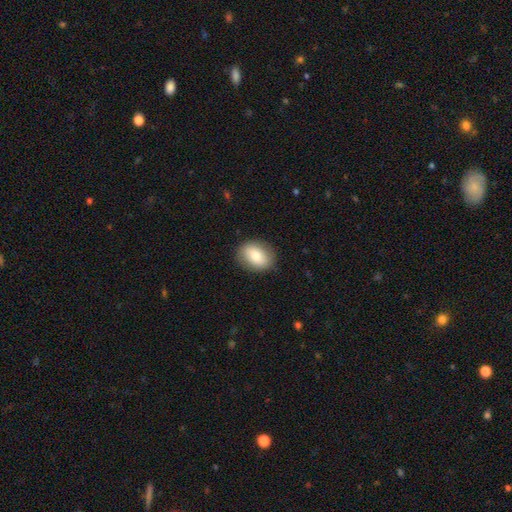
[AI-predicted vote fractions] The model was most divided on "how rounded": in between: 70%, round: 29%, cigar-shaped: 1%. More confident: merging — none (85%); smooth or featured — smooth (75%).